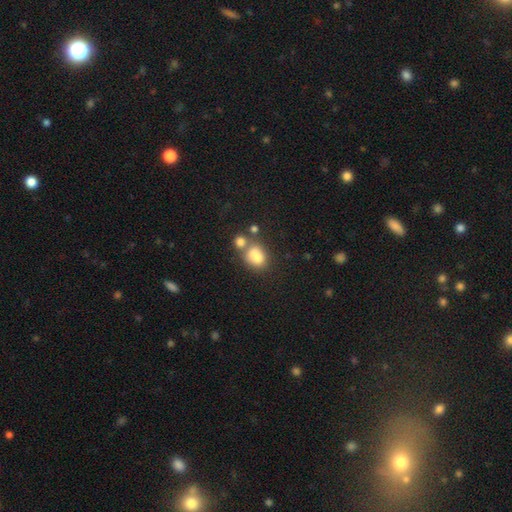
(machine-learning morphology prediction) Smooth or featured? Predicted: smooth (p=0.72). How rounded? Predicted: in between (p=0.57). Merging? Predicted: merger (p=0.49).